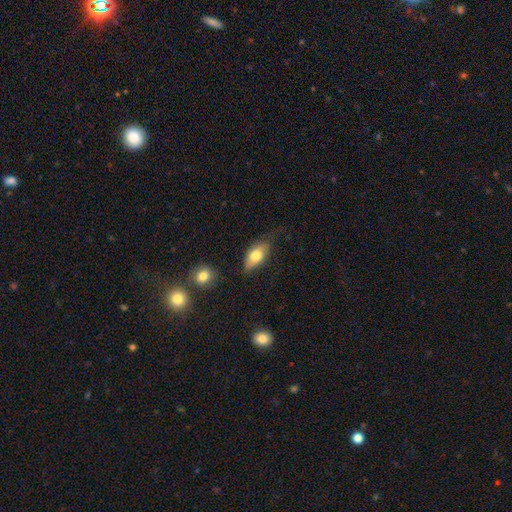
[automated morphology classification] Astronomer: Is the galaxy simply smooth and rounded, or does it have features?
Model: smooth — 74%.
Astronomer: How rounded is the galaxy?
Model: in between — 89%.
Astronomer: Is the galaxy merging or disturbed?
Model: none — 62%.